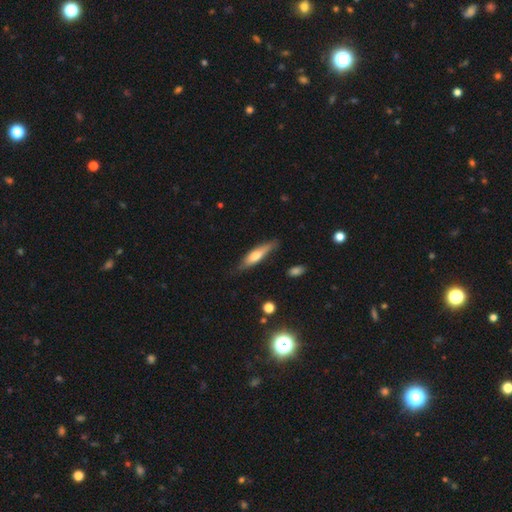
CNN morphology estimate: smooth 58%, featured or disk 36%, star or artifact 6%. Down the decision tree: how rounded — cigar-shaped (72%); merging — none (74%).